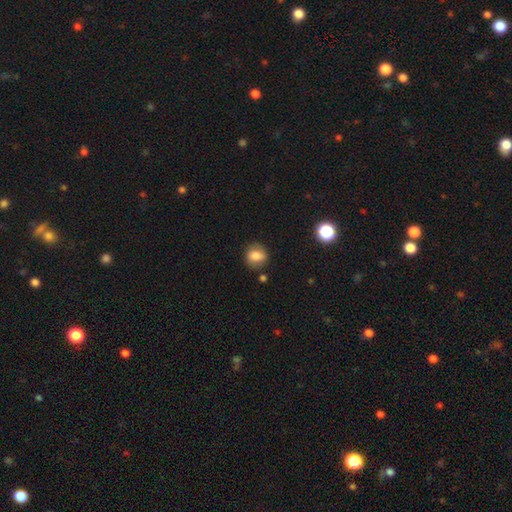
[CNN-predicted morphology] Q: Smooth or featured?
A: smooth (76%); runner-up: featured or disk (14%)
Q: How rounded?
A: round (56%); runner-up: in between (42%)
Q: Merging?
A: none (76%); runner-up: minor disturbance (15%)